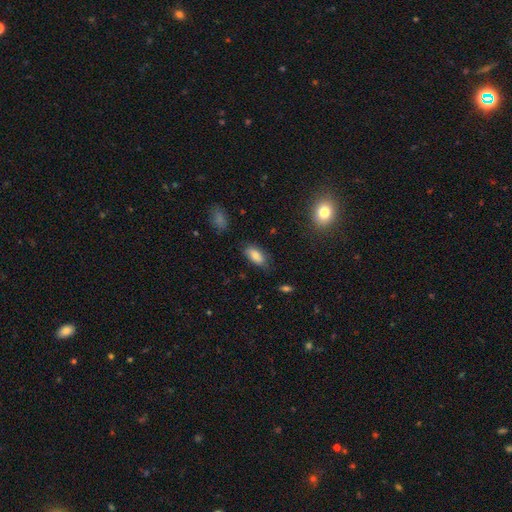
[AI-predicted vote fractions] A smooth galaxy with no disk features (81%) that is in between round and cigar-shaped (91%).

Vote fractions:
- Smooth or featured? smooth: 81% / featured or disk: 11% / star or artifact: 9%
- How rounded? in between: 91% / cigar-shaped: 6% / round: 3%
- Merging? none: 73% / minor disturbance: 20% / major disturbance: 4% / merger: 2%